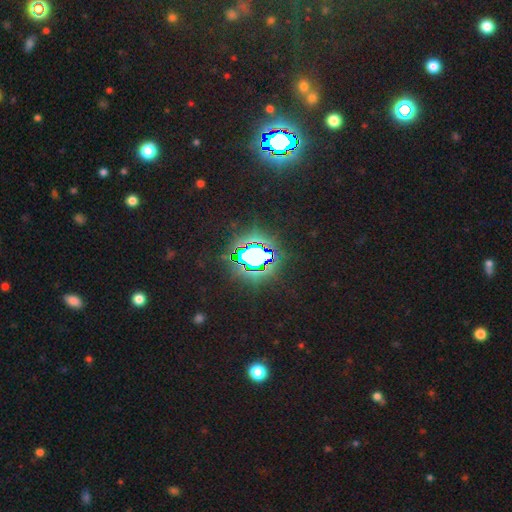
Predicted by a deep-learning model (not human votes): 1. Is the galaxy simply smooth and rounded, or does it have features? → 74% star or artifact, 16% smooth, 10% featured or disk.